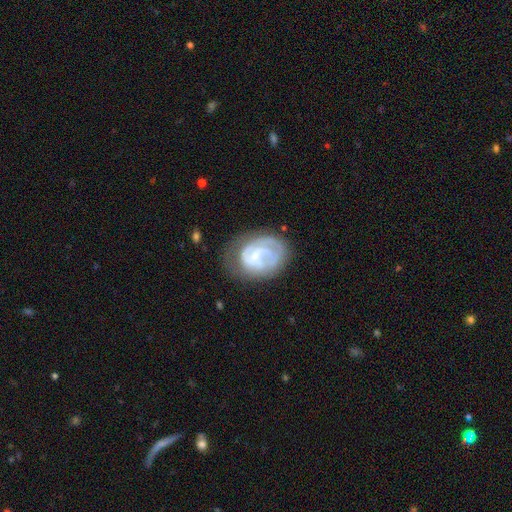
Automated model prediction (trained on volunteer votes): A featured or disk galaxy (72%) with a weak bar (44%), 2 (37%) tight (55%) spiral arms (80%) and a small central bulge (50%).

Vote fractions:
- Smooth or featured? featured or disk: 72% / smooth: 20% / star or artifact: 7%
- Edge-on disk? no: 98% / yes: 2%
- Bar? weak: 44% / no: 39% / strong: 17%
- Spiral arms? yes: 80% / no: 20%
- Spiral winding? tight: 55% / medium: 32% / loose: 13%
- Spiral arm count? 2: 37% / can't tell: 32% / 1: 16% / 3: 9% / 4: 3% / more than 4: 3%
- Bulge size? small: 50% / none: 28% / moderate: 18% / large: 2% / dominant: 1%
- Merging? none: 58% / minor disturbance: 24% / major disturbance: 16% / merger: 2%